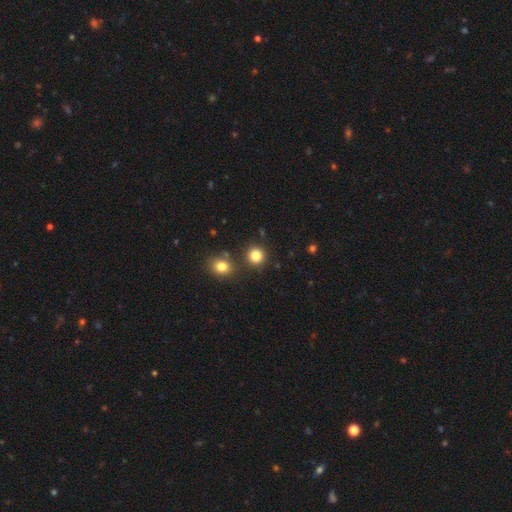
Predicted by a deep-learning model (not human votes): This appears to be a smooth galaxy with no disk features (84%) that is round (92%). Merging: none (84%).